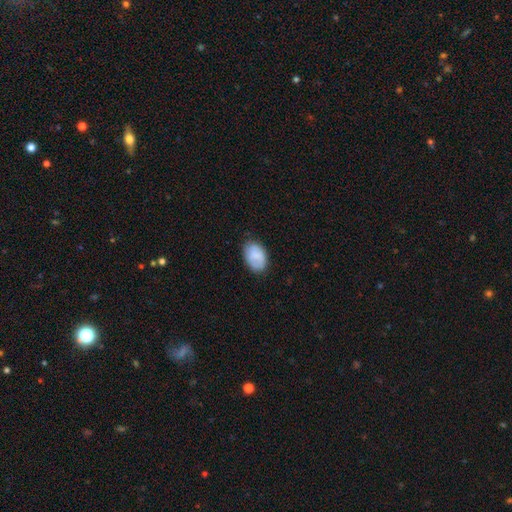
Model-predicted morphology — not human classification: smooth_or_featured: smooth (p=0.77) [alt: featured or disk p=0.16]
how_rounded: in between (p=0.86) [alt: round p=0.12]
merging: none (p=0.74) [alt: minor disturbance p=0.20]